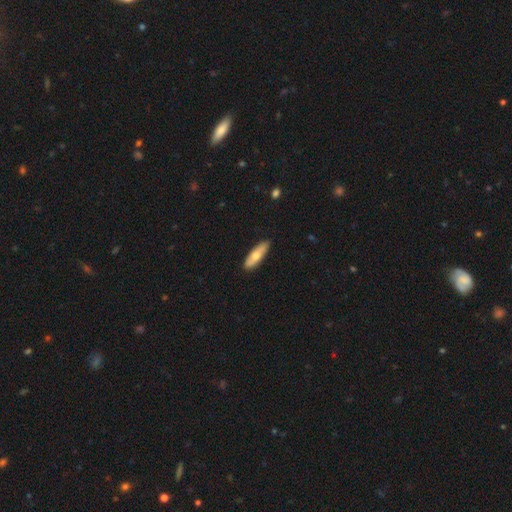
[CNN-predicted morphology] smooth 70%, featured or disk 25%, star or artifact 5%. Down the decision tree: how rounded — cigar-shaped (55%); merging — none (88%).